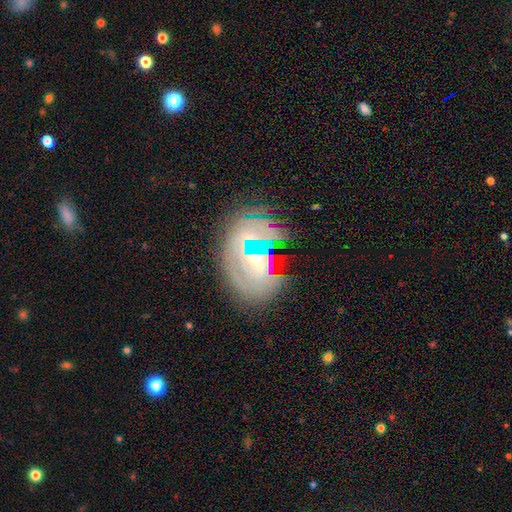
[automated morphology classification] smooth-or-featured: featured or disk: 72% | star or artifact: 15% | smooth: 14%
  disk-edge-on: no: 95% | yes: 5%
    bar: no: 47% | weak: 35% | strong: 18%
    has-spiral-arms: yes: 78% | no: 22%
      spiral-winding: tight: 63% | medium: 27% | loose: 11%
      spiral-arm-count: can't tell: 41% | 2: 27% | 3: 11% | 1: 8% | 4: 7% | more than 4: 6%
    bulge-size: small: 51% | moderate: 42% | large: 4% | none: 2% | dominant: 2%
  merging: none: 57% | minor disturbance: 18% | major disturbance: 13% | merger: 11%